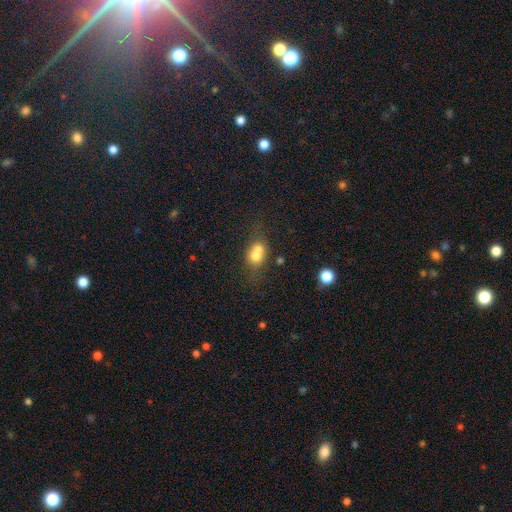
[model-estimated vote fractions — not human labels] This appears to be a smooth galaxy with no disk features (66%) that is round (56%). Merging: merger (64%).